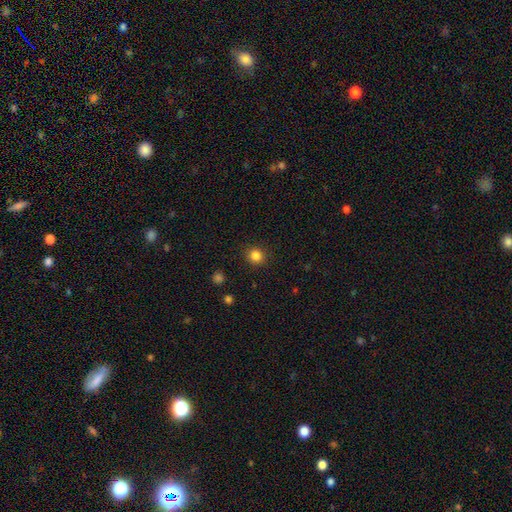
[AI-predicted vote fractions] smooth_or_featured: smooth (p=0.84) [alt: star or artifact p=0.12]
how_rounded: round (p=0.85) [alt: in between p=0.14]
merging: none (p=0.90) [alt: minor disturbance p=0.06]